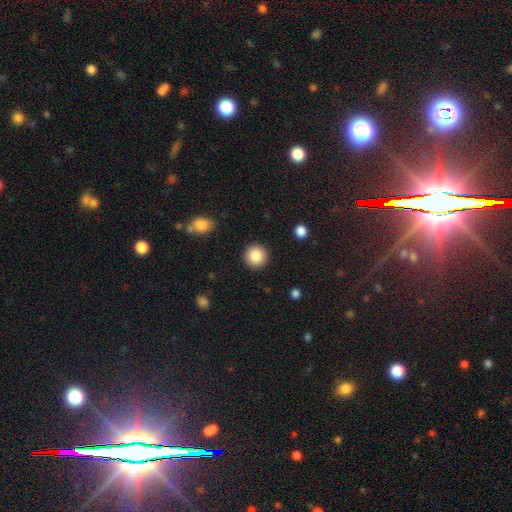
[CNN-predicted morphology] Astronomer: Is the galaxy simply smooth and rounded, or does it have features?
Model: smooth — 86%.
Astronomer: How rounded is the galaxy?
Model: round — 95%.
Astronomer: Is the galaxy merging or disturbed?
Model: none — 92%.